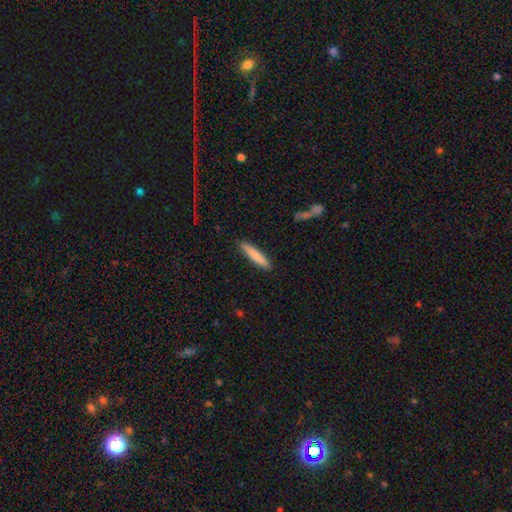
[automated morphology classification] Smooth or featured?
  - smooth: 83% *
  - featured or disk: 12%
  - star or artifact: 5%
How rounded?
  - cigar-shaped: 89% *
  - in between: 10%
  - round: 1%
Merging?
  - none: 90% *
  - minor disturbance: 7%
  - major disturbance: 2%
  - merger: 1%